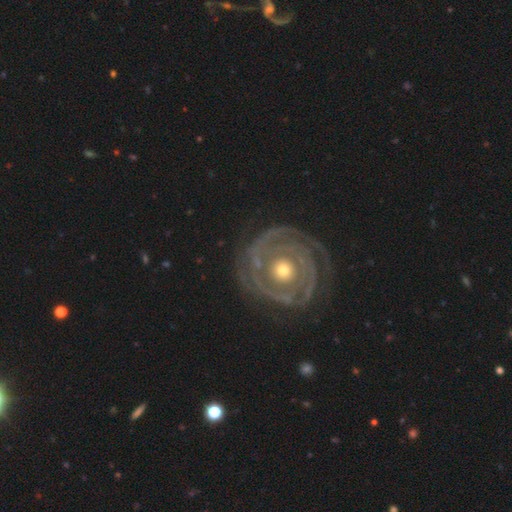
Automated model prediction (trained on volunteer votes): smooth_or_featured: featured or disk (p=0.90) [alt: star or artifact p=0.06]
disk_edge_on: no (p=0.97) [alt: yes p=0.03]
bar: no (p=0.70) [alt: weak p=0.19]
has_spiral_arms: yes (p=0.97) [alt: no p=0.03]
spiral_winding: tight (p=0.82) [alt: medium p=0.15]
spiral_arm_count: 2 (p=0.39) [alt: 3 p=0.27]
bulge_size: moderate (p=0.61) [alt: small p=0.34]
merging: none (p=0.81) [alt: minor disturbance p=0.12]